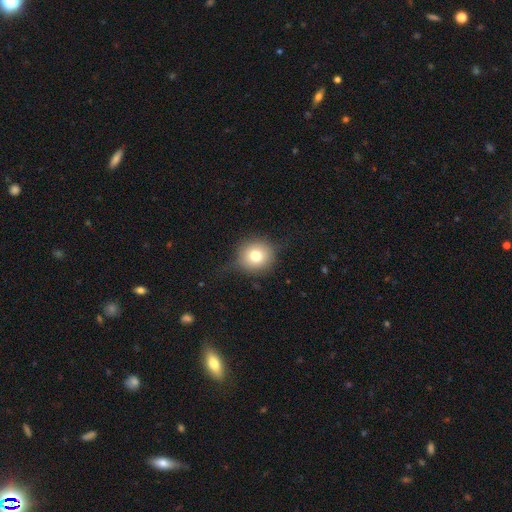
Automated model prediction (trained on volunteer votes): This appears to be a smooth galaxy with no disk features (74%) that is round (90%). Merging: none (77%).